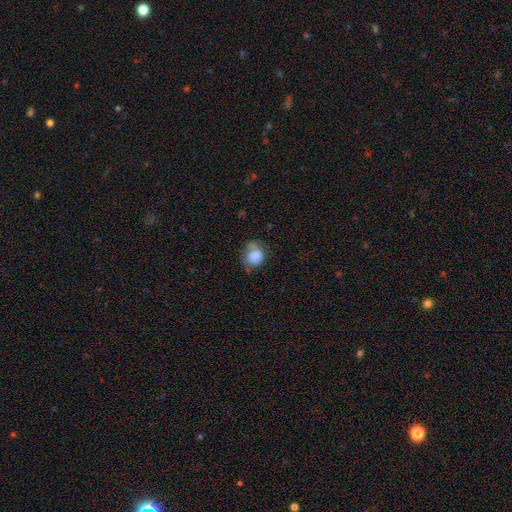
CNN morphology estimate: This appears to be a smooth galaxy with no disk features (81%) that is round (67%). Merging: none (47%).